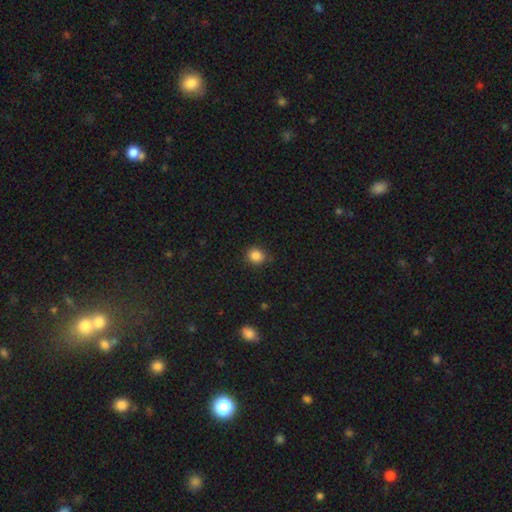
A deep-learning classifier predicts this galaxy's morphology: A smooth galaxy with no disk features (86%) that is round (73%). Merging: none (82%).